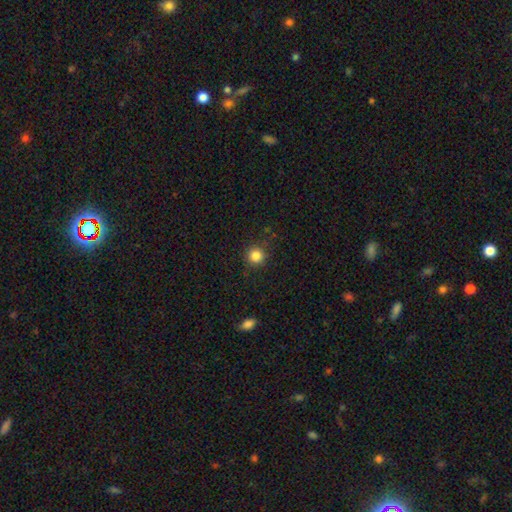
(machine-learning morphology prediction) Smooth or featured? Predicted: smooth (p=0.85). How rounded? Predicted: round (p=0.94). Merging? Predicted: none (p=0.88).